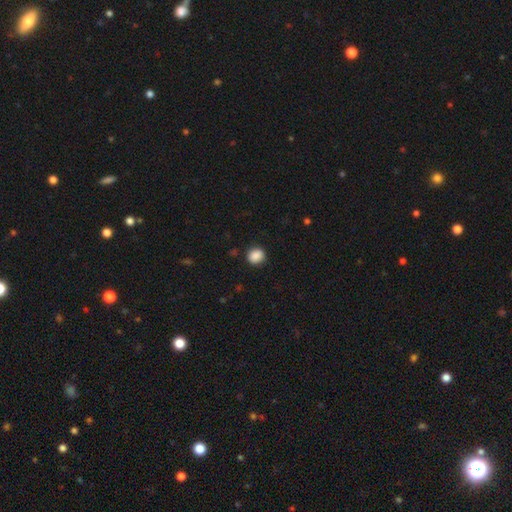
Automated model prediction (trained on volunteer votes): A smooth galaxy with no disk features (89%) that is round (77%). Merging: none (89%).